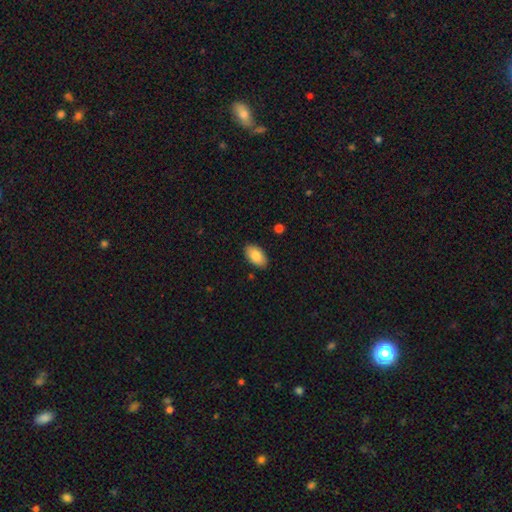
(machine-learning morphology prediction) smooth 85%, featured or disk 8%, star or artifact 6%. Down the decision tree: how rounded — in between (95%); merging — none (88%).